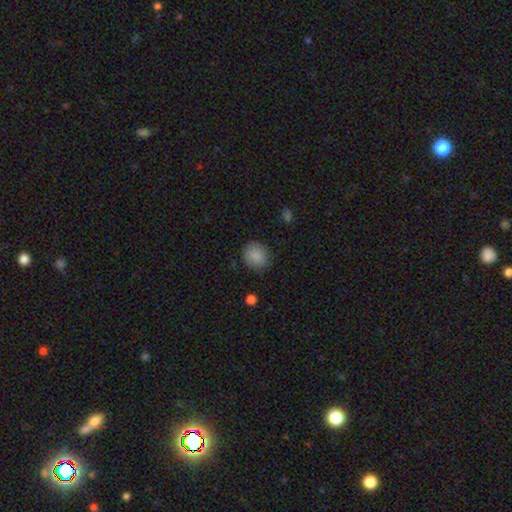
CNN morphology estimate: type=smooth (87%); roundness=round (72%); merging=none (85%).